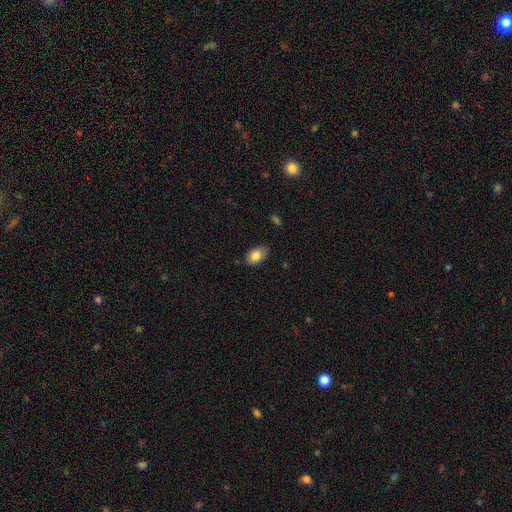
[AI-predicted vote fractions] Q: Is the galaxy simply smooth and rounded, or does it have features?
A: smooth — 84%.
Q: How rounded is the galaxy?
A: in between — 90%.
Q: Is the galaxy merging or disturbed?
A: none — 80%.